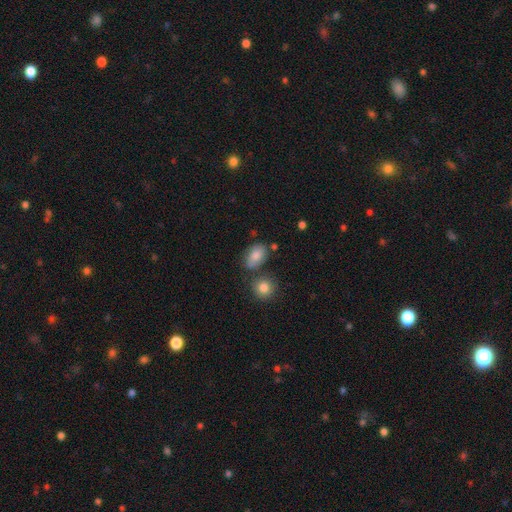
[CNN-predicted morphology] This appears to be a smooth galaxy with no disk features (82%) that is in between round and cigar-shaped (85%). Merging: none (66%).